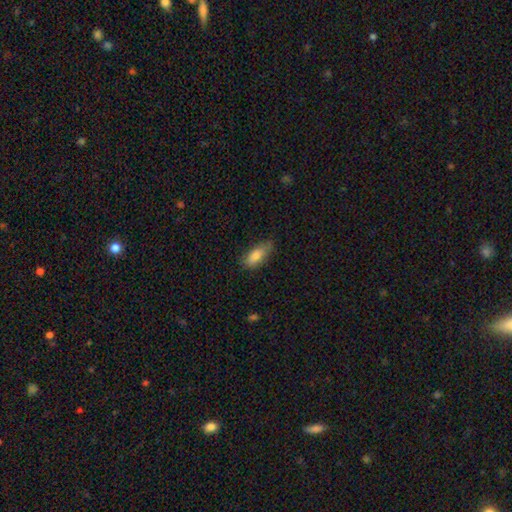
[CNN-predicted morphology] A smooth galaxy with no disk features (81%) that is in between round and cigar-shaped (81%).

Vote fractions:
- Smooth or featured? smooth: 81% / featured or disk: 12% / star or artifact: 7%
- How rounded? in between: 81% / cigar-shaped: 17% / round: 2%
- Merging? none: 66% / minor disturbance: 28% / major disturbance: 5% / merger: 2%